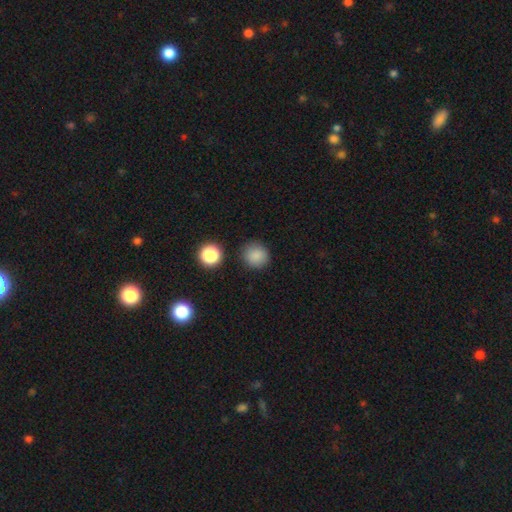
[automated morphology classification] Overall: smooth (85%). How rounded: round (92%). Merging: none (86%).